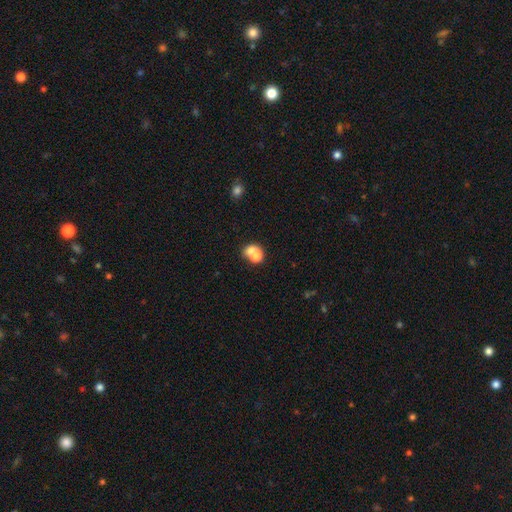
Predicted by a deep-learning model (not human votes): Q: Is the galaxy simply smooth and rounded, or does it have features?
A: smooth — 69%.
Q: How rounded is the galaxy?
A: round — 67%.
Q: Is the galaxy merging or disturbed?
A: merger — 59%.